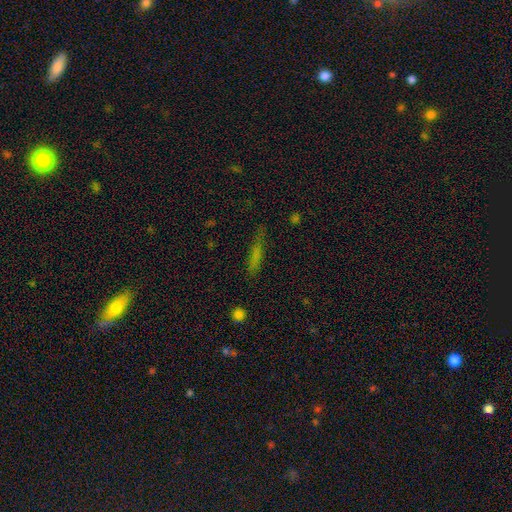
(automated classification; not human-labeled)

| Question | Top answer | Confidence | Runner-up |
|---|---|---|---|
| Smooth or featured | smooth | 65% | featured or disk (21%) |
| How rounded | cigar-shaped | 86% | in between (11%) |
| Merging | none | 75% | minor disturbance (18%) |